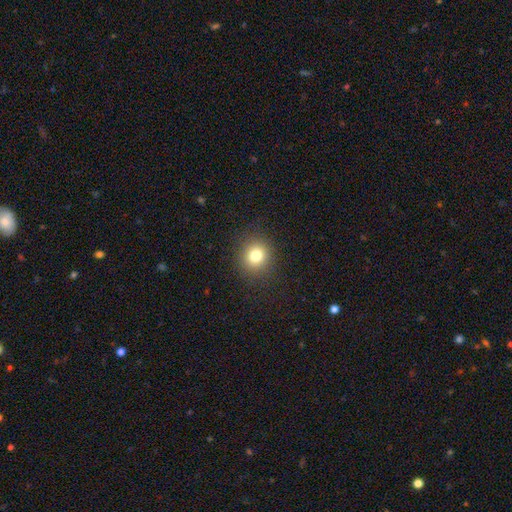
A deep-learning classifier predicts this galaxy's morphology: type=smooth (79%); roundness=round (86%); merging=none (90%).